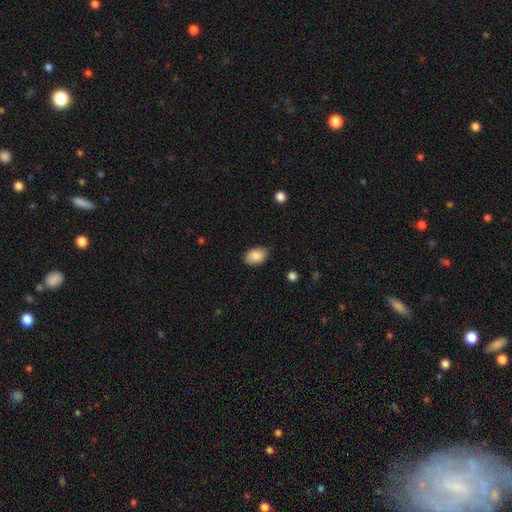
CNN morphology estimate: smooth-or-featured: smooth: 88% | star or artifact: 7% | featured or disk: 5%
  how-rounded: in between: 88% | round: 11% | cigar-shaped: 1%
  merging: none: 84% | minor disturbance: 12% | major disturbance: 3% | merger: 1%